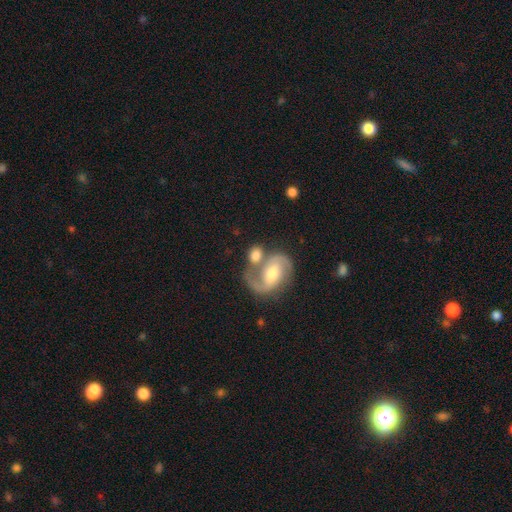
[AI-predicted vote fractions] smooth-or-featured: featured or disk: 56% | smooth: 37% | star or artifact: 8%
  disk-edge-on: no: 96% | yes: 4%
    bar: no: 43% | weak: 42% | strong: 15%
    has-spiral-arms: yes: 89% | no: 11%
    bulge-size: moderate: 61% | small: 23% | large: 12% | none: 2% | dominant: 2%
  merging: none: 43% | merger: 38% | minor disturbance: 13% | major disturbance: 7%